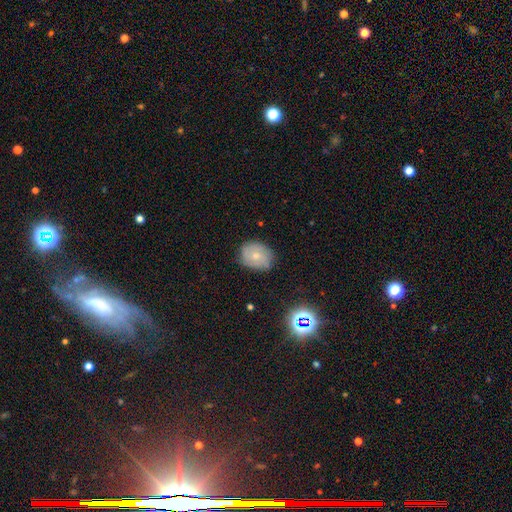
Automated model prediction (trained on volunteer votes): Smooth or featured?
  - smooth: 57% *
  - featured or disk: 34%
  - star or artifact: 10%
How rounded?
  - round: 51% *
  - in between: 48%
  - cigar-shaped: 1%
Merging?
  - none: 73% *
  - minor disturbance: 22%
  - major disturbance: 4%
  - merger: 1%